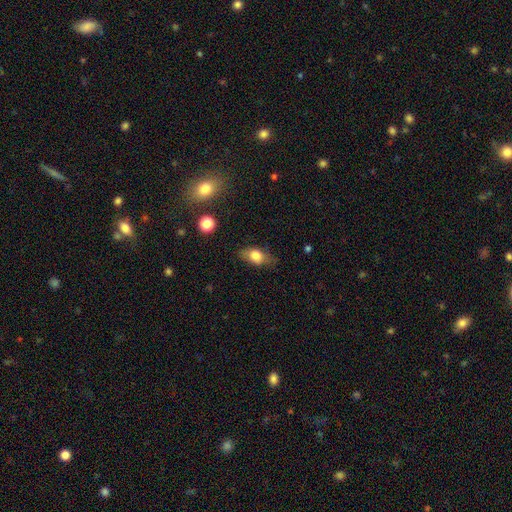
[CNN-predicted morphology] smooth-or-featured: smooth: 74% | featured or disk: 17% | star or artifact: 8%
  how-rounded: in between: 83% | round: 10% | cigar-shaped: 8%
  merging: none: 74% | minor disturbance: 19% | major disturbance: 5% | merger: 2%